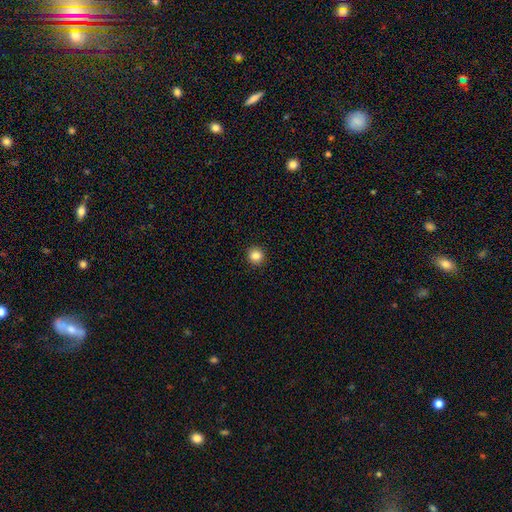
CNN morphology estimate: The model was most divided on "smooth or featured": smooth: 84%, star or artifact: 11%, featured or disk: 5%. More confident: how rounded — round (94%); merging — none (93%).